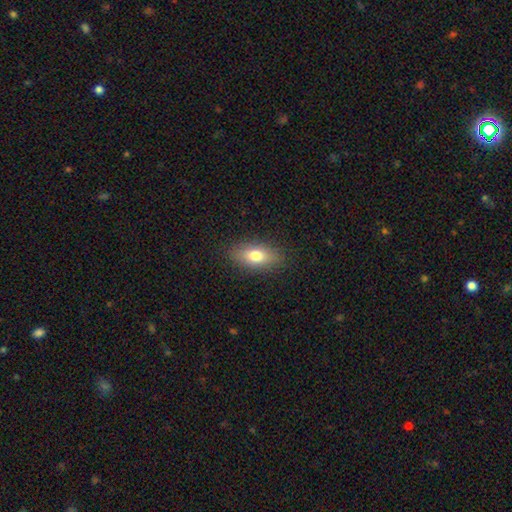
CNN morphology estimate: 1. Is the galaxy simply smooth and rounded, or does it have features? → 76% smooth, 15% featured or disk, 9% star or artifact.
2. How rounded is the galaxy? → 84% in between, 9% cigar-shaped, 7% round.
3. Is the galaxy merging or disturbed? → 87% none, 9% minor disturbance, 3% major disturbance, 1% merger.